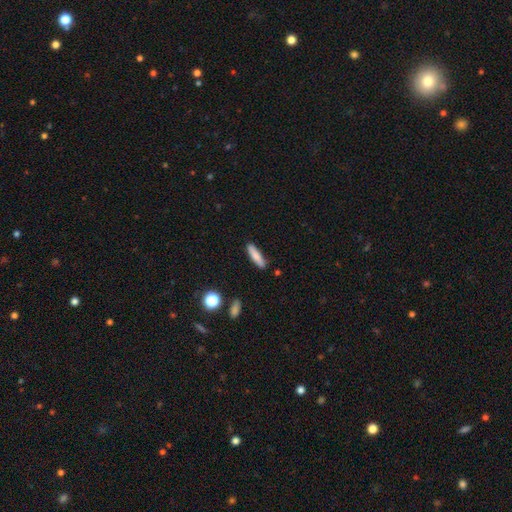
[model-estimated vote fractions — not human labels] A smooth galaxy with no disk features (78%) that is cigar-shaped (80%). Merging: none (85%).